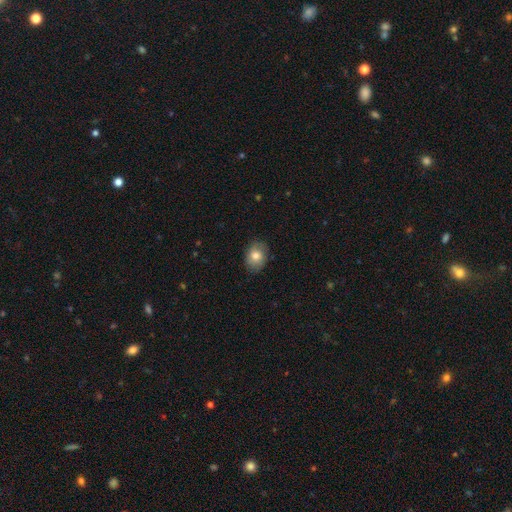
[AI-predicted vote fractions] The model was most divided on "how rounded": in between: 66%, round: 33%, cigar-shaped: 1%. More confident: merging — none (83%); smooth or featured — smooth (77%).